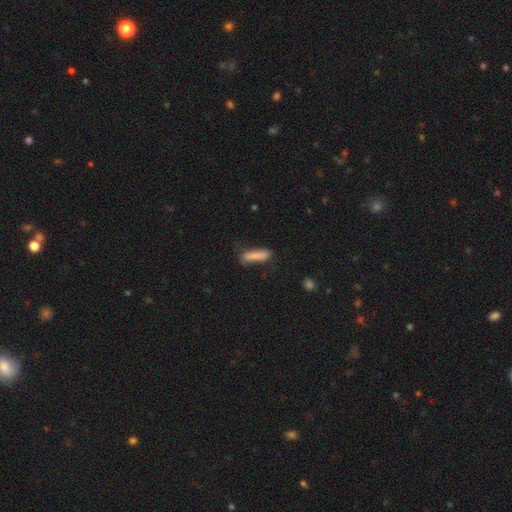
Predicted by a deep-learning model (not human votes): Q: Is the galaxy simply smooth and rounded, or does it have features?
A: smooth — 83%.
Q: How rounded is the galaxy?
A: cigar-shaped — 78%.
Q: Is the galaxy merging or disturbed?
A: none — 66%.